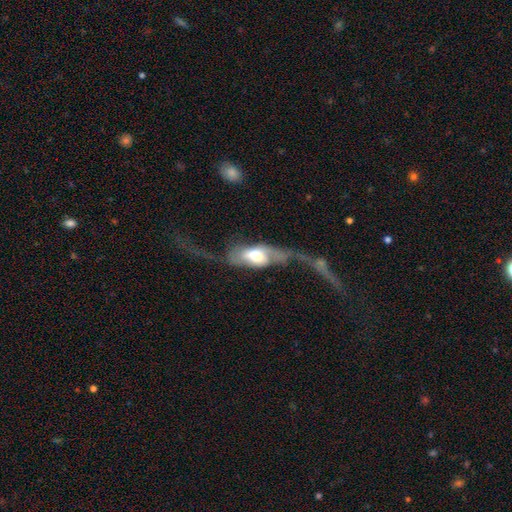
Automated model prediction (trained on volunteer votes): A featured or disk galaxy (47%). Merging: major disturbance (52%).